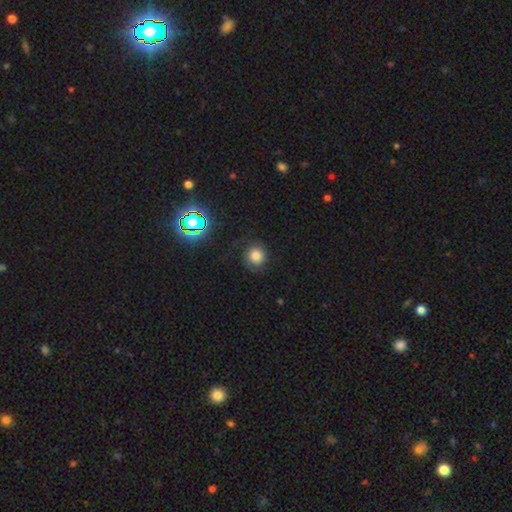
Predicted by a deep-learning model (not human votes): A smooth galaxy with no disk features (70%) that is round (90%). Merging: none (76%).